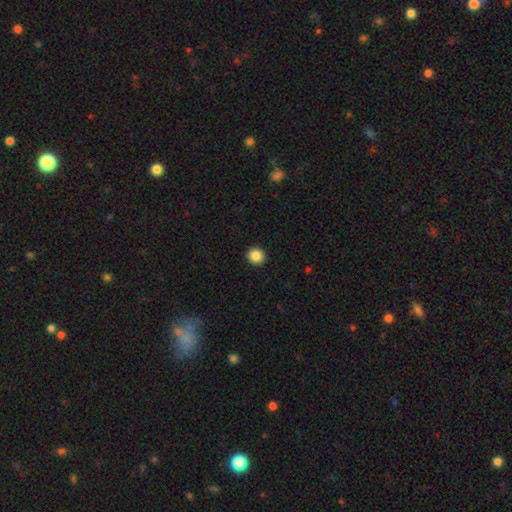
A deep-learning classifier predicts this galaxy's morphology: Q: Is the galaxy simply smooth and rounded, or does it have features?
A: smooth — 87%.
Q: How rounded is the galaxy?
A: round — 94%.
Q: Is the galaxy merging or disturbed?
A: none — 93%.